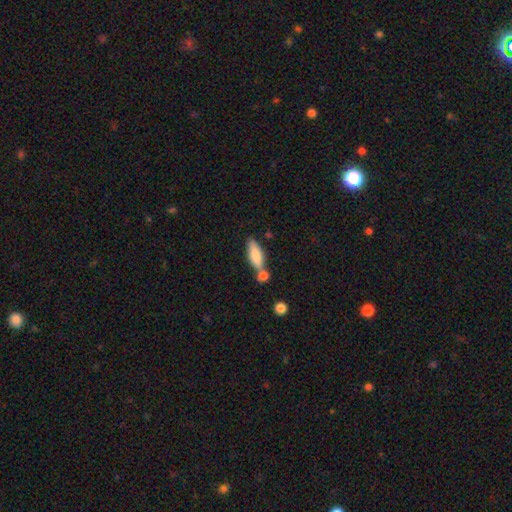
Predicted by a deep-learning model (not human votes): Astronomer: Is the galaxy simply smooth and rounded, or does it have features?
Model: smooth — 79%.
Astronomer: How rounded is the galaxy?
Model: in between — 65%.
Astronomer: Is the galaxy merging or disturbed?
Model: none — 51% (runner-up: merger, 30%).